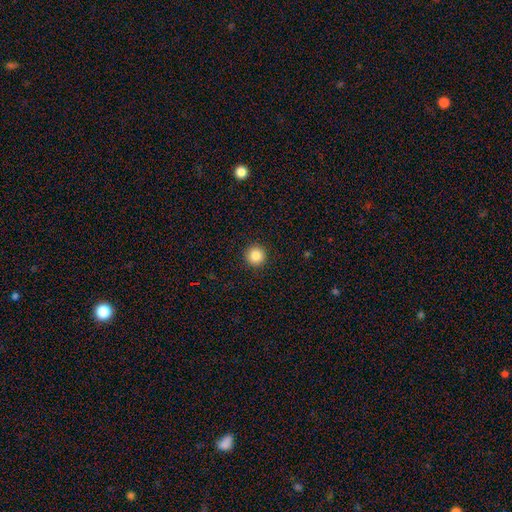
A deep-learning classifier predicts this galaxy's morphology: Q: Smooth or featured?
A: smooth (85%); runner-up: star or artifact (11%)
Q: How rounded?
A: round (96%); runner-up: in between (3%)
Q: Merging?
A: none (93%); runner-up: minor disturbance (4%)